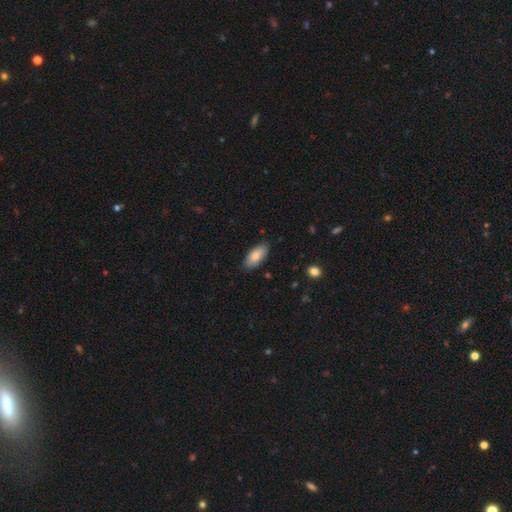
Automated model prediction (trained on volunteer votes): This appears to be a smooth galaxy with no disk features (84%) that is in between round and cigar-shaped (90%). Merging: none (84%).